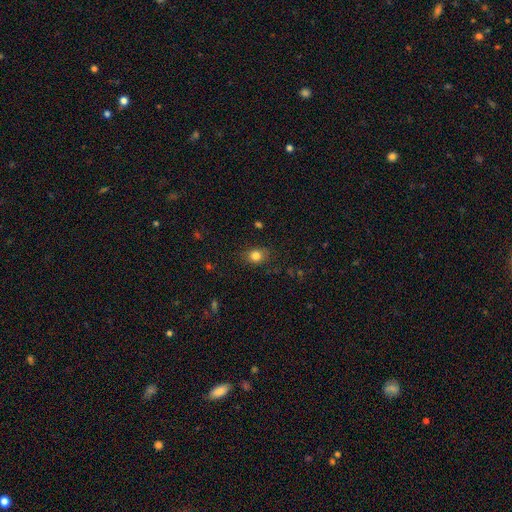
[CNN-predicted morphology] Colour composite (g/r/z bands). It shows a smooth galaxy with no disk features (82%) that is round (59%). Merging: none (80%).